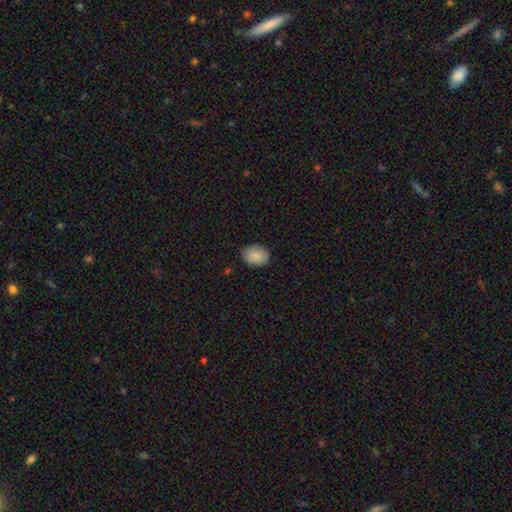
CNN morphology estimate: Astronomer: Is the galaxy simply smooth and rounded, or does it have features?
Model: smooth — 89%.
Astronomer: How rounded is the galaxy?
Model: in between — 71%.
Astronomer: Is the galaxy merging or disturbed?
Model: none — 87%.